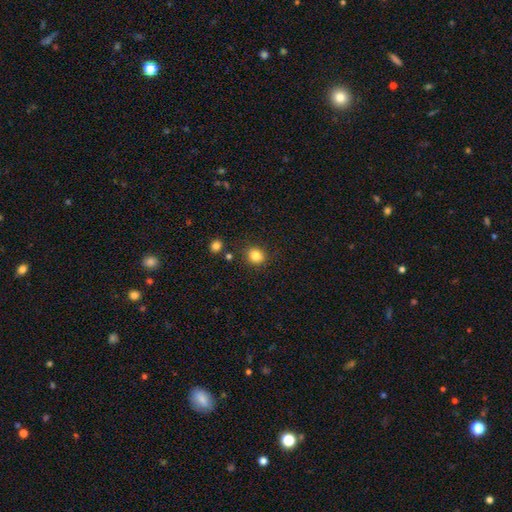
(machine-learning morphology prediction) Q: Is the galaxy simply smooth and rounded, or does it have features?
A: smooth — 84%.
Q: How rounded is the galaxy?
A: round — 79%.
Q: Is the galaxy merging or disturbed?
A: none — 85%.